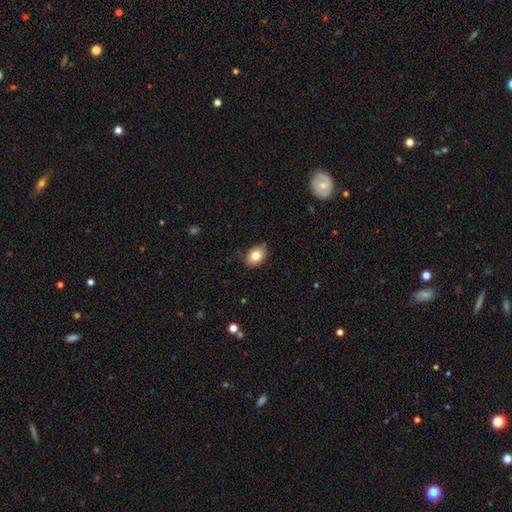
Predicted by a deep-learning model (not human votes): Overall: smooth (80%). How rounded: in between (67%; round 32%). Merging: none (73%).